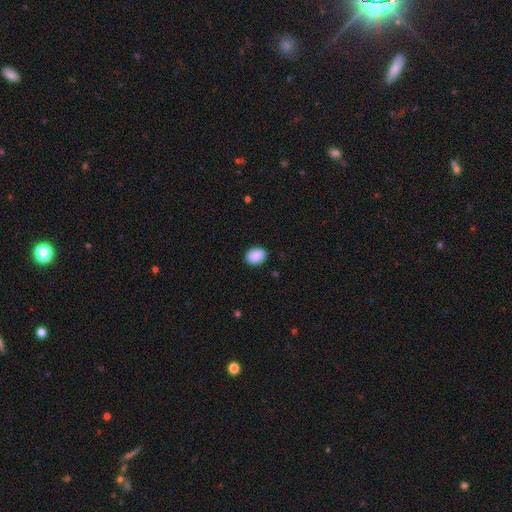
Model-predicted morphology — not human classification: The model was most divided on "how rounded": in between: 69%, round: 30%, cigar-shaped: 1%. More confident: smooth or featured — smooth (90%); merging — none (88%).